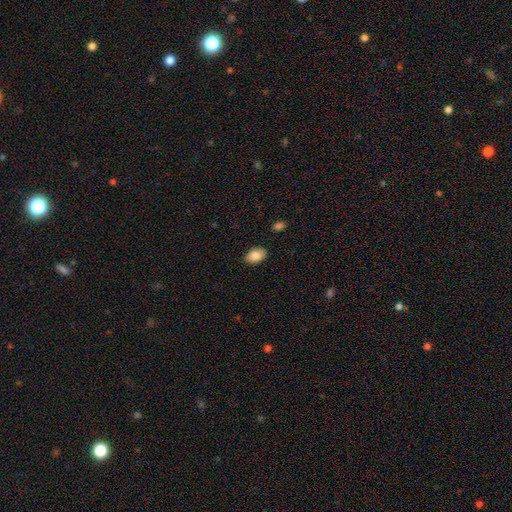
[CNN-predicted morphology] Smooth or featured: smooth — 87% (star or artifact — 7%)
How rounded: in between — 88% (round — 10%)
Merging: none — 86% (minor disturbance — 11%)